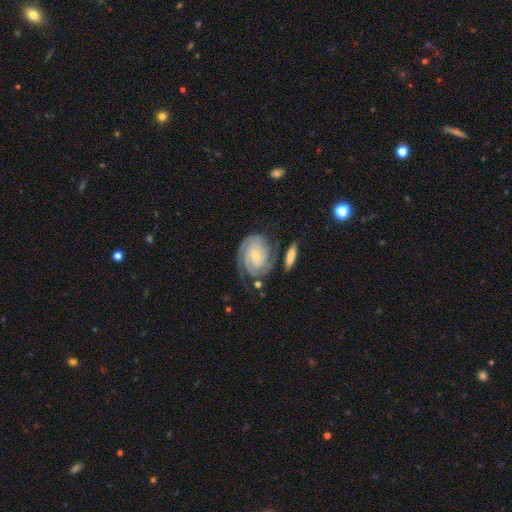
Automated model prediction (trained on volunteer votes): smooth-or-featured: featured or disk: 86% | smooth: 9% | star or artifact: 5%
  disk-edge-on: no: 97% | yes: 3%
    bar: no: 57% | weak: 33% | strong: 10%
    has-spiral-arms: yes: 97% | no: 3%
      spiral-winding: tight: 76% | medium: 20% | loose: 4%
      spiral-arm-count: 2: 45% | can't tell: 21% | 3: 18% | 1: 6% | 4: 6% | more than 4: 4%
    bulge-size: small: 70% | moderate: 25% | none: 2% | large: 2% | dominant: 1%
  merging: none: 63% | minor disturbance: 19% | major disturbance: 10% | merger: 8%